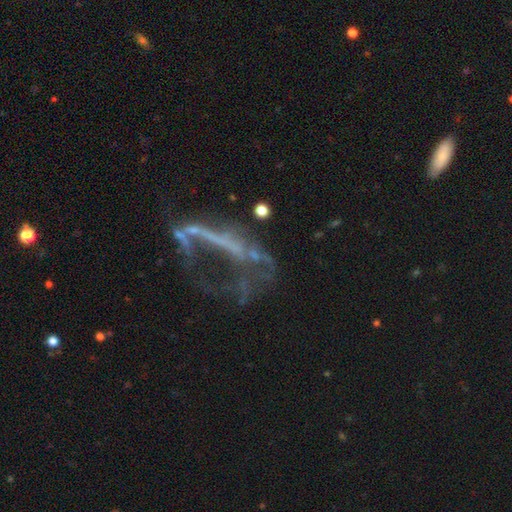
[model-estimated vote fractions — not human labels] A featured or disk galaxy (59%). Merging: major disturbance (43%).